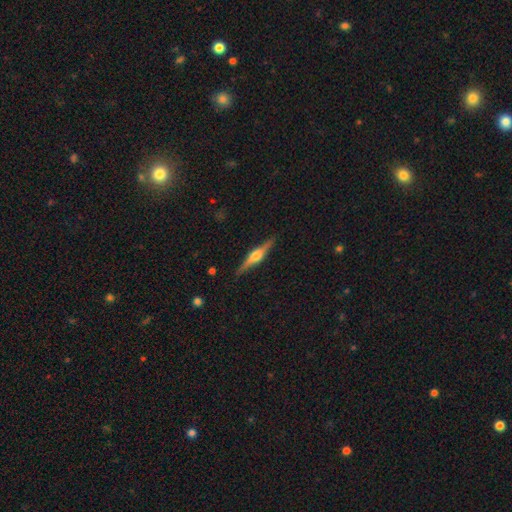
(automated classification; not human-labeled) The model was most divided on "smooth or featured": featured or disk: 78%, smooth: 16%, star or artifact: 6%. More confident: edge-on disk — yes (98%); merging — none (90%); edge-on bulge — rounded (90%).